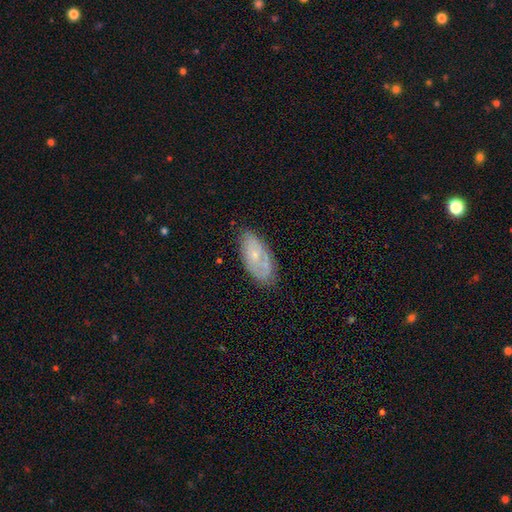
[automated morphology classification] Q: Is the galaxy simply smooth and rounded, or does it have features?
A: featured or disk — 51%.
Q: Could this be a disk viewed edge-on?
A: no — 90%.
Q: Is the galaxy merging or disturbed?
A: none — 71%.